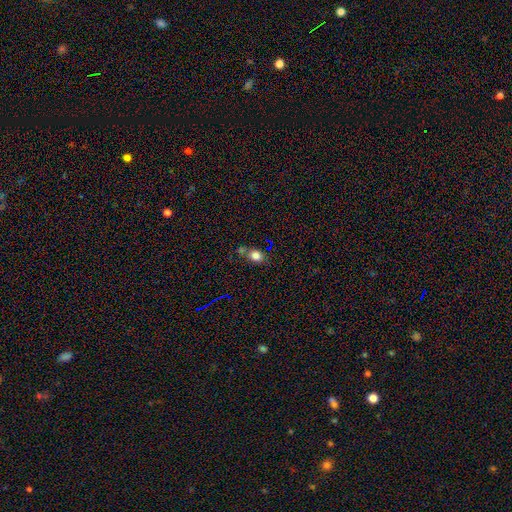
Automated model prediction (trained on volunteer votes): Q: Smooth or featured?
A: smooth (78%); runner-up: star or artifact (14%)
Q: How rounded?
A: round (50%); runner-up: in between (48%)
Q: Merging?
A: none (56%); runner-up: merger (22%)